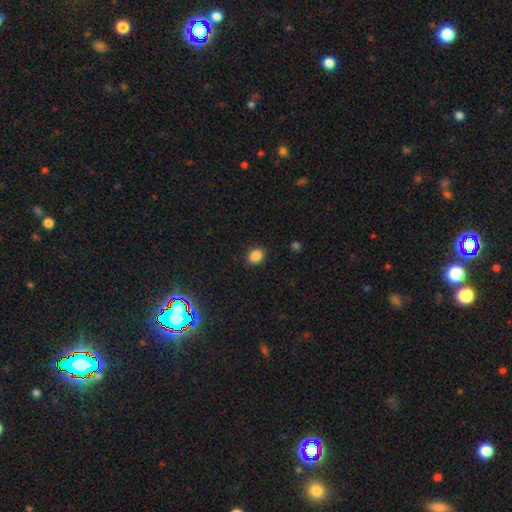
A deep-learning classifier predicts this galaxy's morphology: Q: Smooth or featured?
A: smooth (86%); runner-up: star or artifact (11%)
Q: How rounded?
A: in between (56%); runner-up: round (43%)
Q: Merging?
A: none (87%); runner-up: minor disturbance (9%)